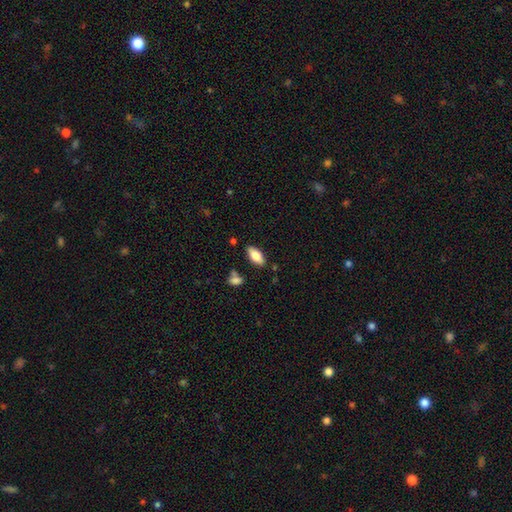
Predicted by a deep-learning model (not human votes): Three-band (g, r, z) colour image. It shows a smooth galaxy with no disk features (75%) that is in between round and cigar-shaped (87%). Merging: none (83%).